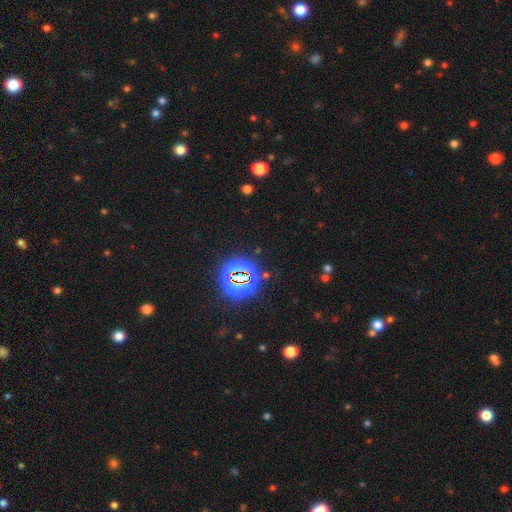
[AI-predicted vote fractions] Q: Smooth or featured?
A: star or artifact (81%); runner-up: smooth (12%)